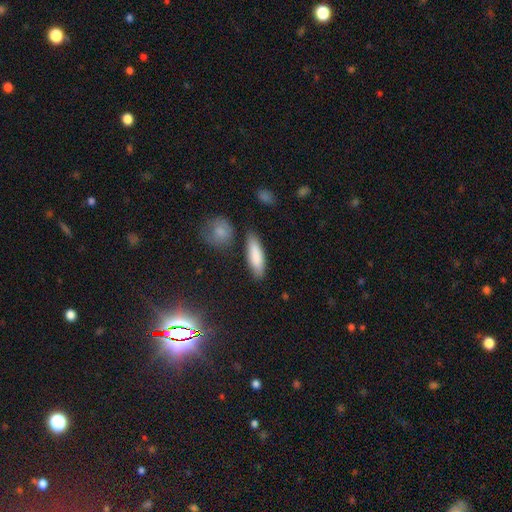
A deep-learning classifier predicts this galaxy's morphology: smooth-or-featured: smooth: 85% | featured or disk: 9% | star or artifact: 6%
  how-rounded: in between: 49% (tied) | cigar-shaped: 49% (tied) | round: 2%
  merging: none: 80% | minor disturbance: 11% | merger: 5% | major disturbance: 3%